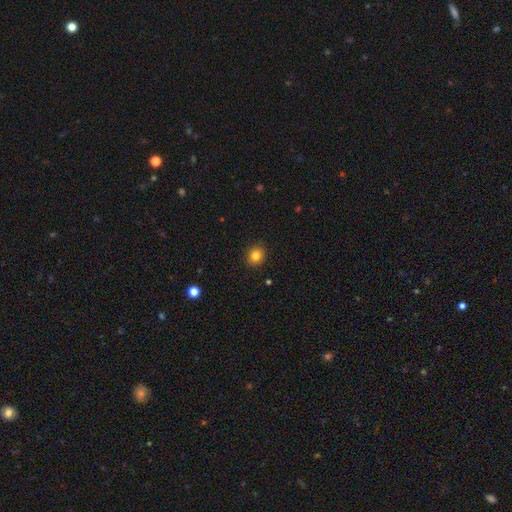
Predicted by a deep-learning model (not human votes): The model was most divided on "how rounded": round: 81%, in between: 18%, cigar-shaped: 1%. More confident: merging — none (91%); smooth or featured — smooth (82%).